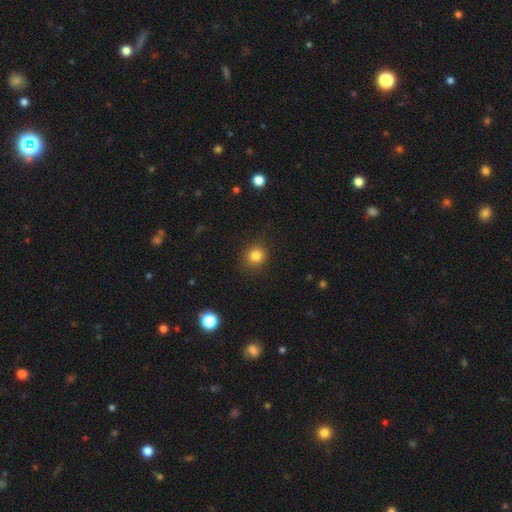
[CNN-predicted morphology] smooth-or-featured: smooth: 83% | star or artifact: 12% | featured or disk: 5%
  how-rounded: round: 87% | in between: 12% | cigar-shaped: 1%
  merging: none: 88% | minor disturbance: 8% | major disturbance: 3% | merger: 1%